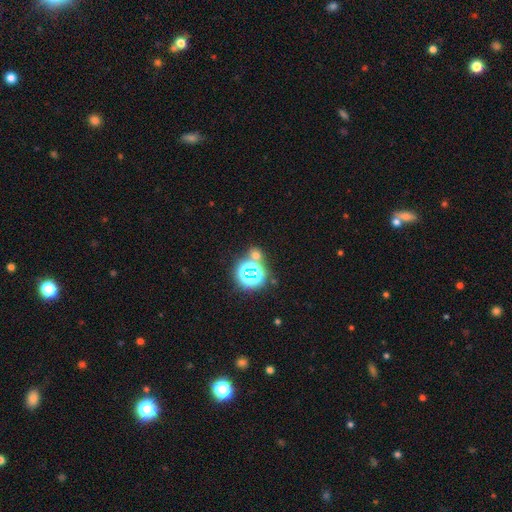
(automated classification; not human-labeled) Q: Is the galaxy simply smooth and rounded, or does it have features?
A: star or artifact — 49%.